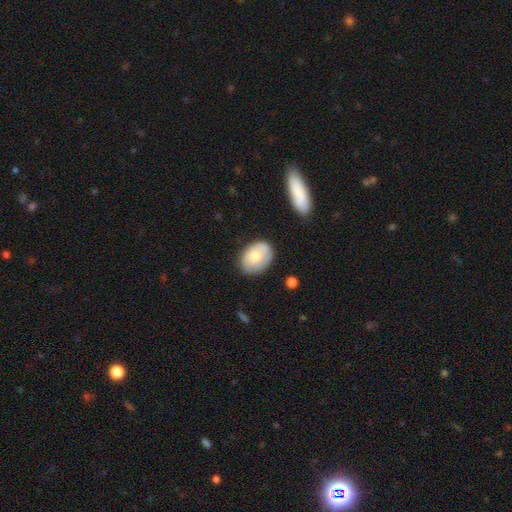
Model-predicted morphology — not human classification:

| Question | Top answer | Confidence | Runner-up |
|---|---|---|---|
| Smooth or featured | smooth | 71% | featured or disk (23%) |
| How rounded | in between | 73% | round (26%) |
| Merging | none | 69% | minor disturbance (23%) |